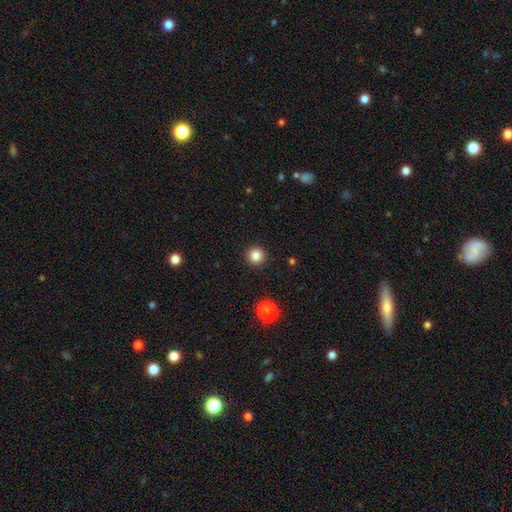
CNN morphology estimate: A smooth galaxy with no disk features (83%) that is round (96%). Merging: none (93%).